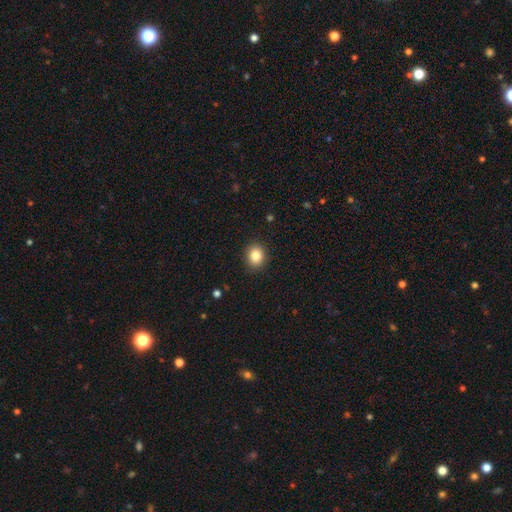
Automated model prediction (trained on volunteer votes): Smooth or featured?
  - smooth: 85% *
  - star or artifact: 10%
  - featured or disk: 6%
How rounded?
  - round: 63% *
  - in between: 36%
  - cigar-shaped: 1%
Merging?
  - none: 90% *
  - minor disturbance: 7%
  - major disturbance: 2%
  - merger: 1%